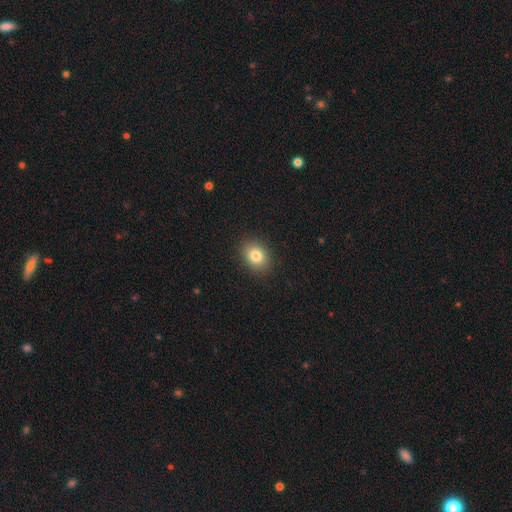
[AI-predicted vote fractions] This appears to be a smooth galaxy with no disk features (82%) that is in between round and cigar-shaped (57%). Merging: none (89%).